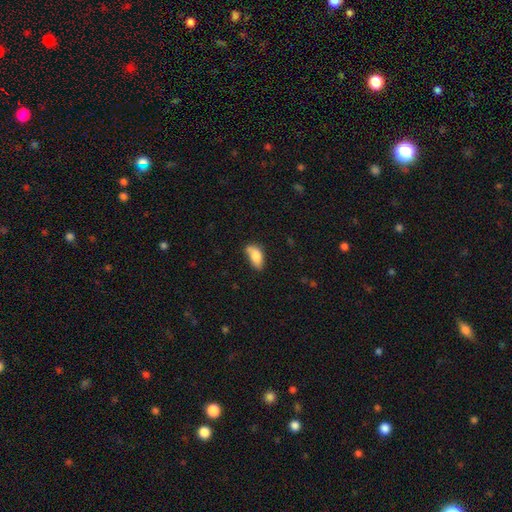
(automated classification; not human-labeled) This is likely a smooth galaxy (79%). How rounded: clearly in between (89%). Merging: possibly none (46%).